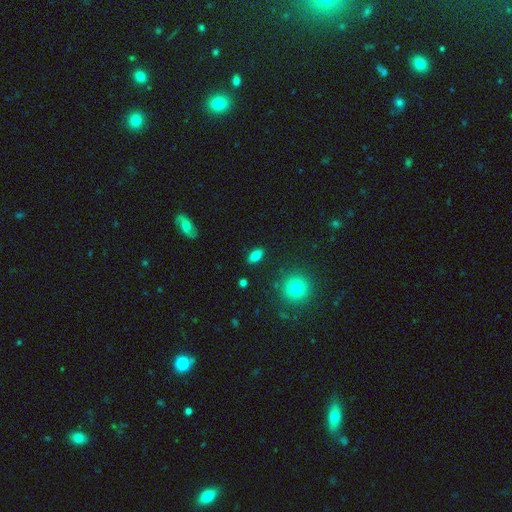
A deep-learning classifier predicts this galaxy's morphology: smooth-or-featured: smooth: 80% | featured or disk: 10% | star or artifact: 10%
  how-rounded: in between: 87% | round: 6% | cigar-shaped: 6%
  merging: none: 87% | minor disturbance: 9% | major disturbance: 2% | merger: 2%